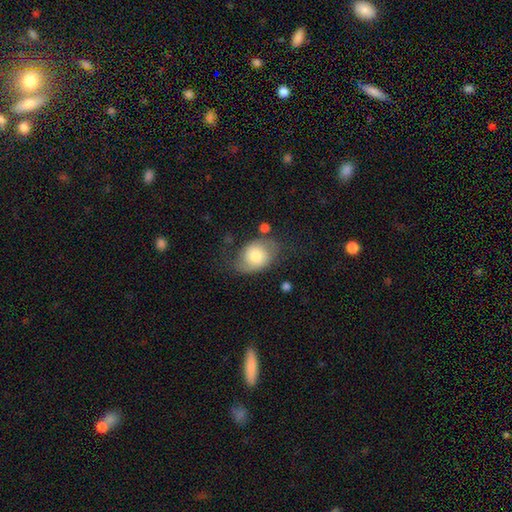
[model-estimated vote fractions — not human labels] Morphology: type=smooth (61%); roundness=in between (64%); merging=none (48%).